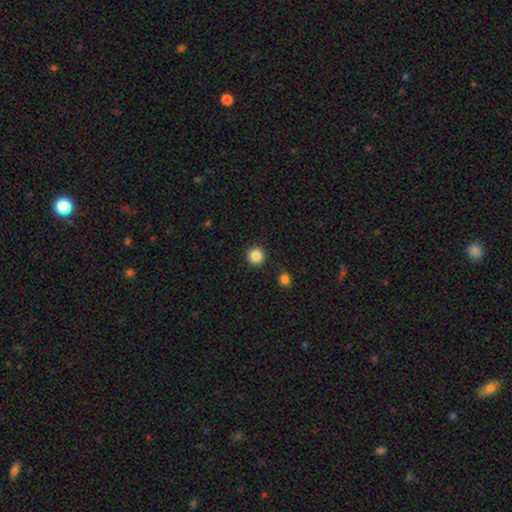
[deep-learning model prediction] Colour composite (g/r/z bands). It shows a smooth galaxy with no disk features (86%) that is round (95%). Merging: none (90%).